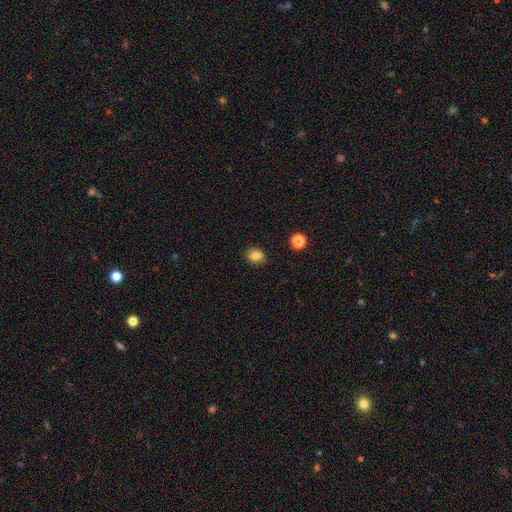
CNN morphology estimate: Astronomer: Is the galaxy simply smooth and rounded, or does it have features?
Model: smooth — 78%.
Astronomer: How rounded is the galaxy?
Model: in between — 61% (runner-up: round, 37%).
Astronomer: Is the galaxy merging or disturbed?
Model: none — 85%.